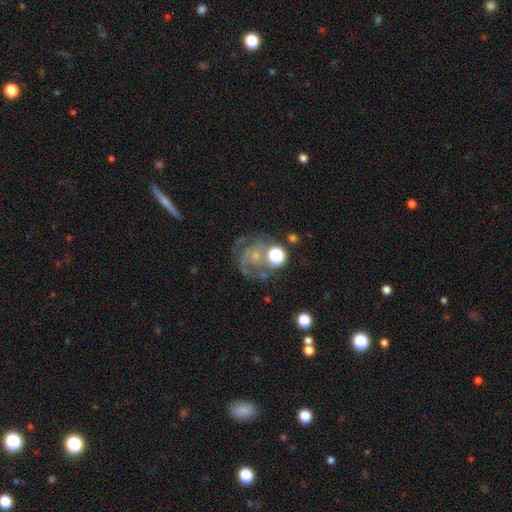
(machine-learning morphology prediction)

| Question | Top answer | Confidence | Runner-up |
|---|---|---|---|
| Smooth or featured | featured or disk | 69% | smooth (17%) |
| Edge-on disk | no | 98% | yes (2%) |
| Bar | no | 72% | weak (23%) |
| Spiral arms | yes | 86% | no (14%) |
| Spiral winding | medium | 46% | tight (36%) |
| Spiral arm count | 2 | 36% | can't tell (25%) |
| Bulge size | small | 52% | moderate (26%) |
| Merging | none | 50% | major disturbance (23%) |